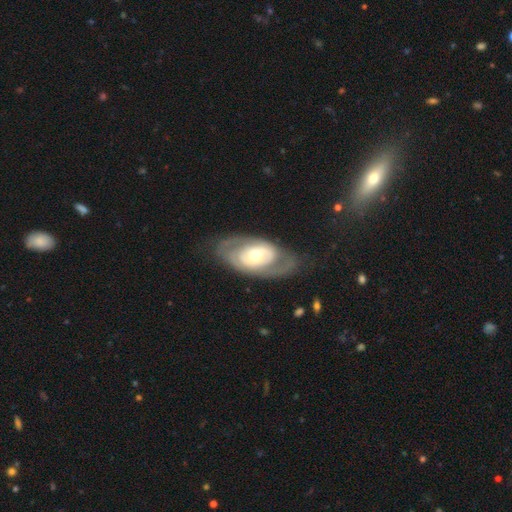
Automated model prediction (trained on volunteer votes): Smooth or featured? featured or disk (74%)
Edge-on disk? no (92%)
Bar? no (70%)
Spiral arms? yes (59%)
Bulge size? moderate (68%)
Merging? none (70%)